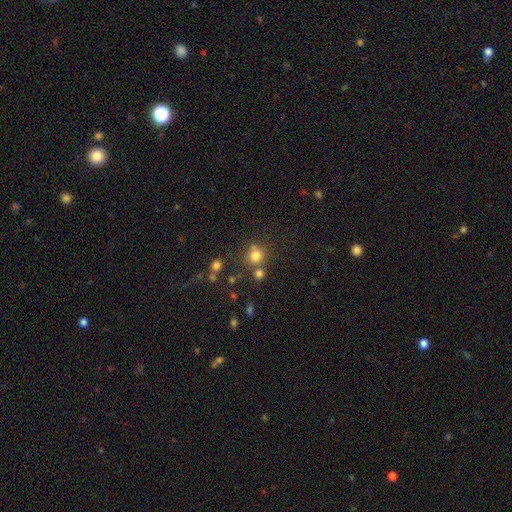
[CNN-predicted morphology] Smooth or featured: smooth — 75% (star or artifact — 17%)
How rounded: round — 87% (in between — 12%)
Merging: none — 64% (merger — 20%)